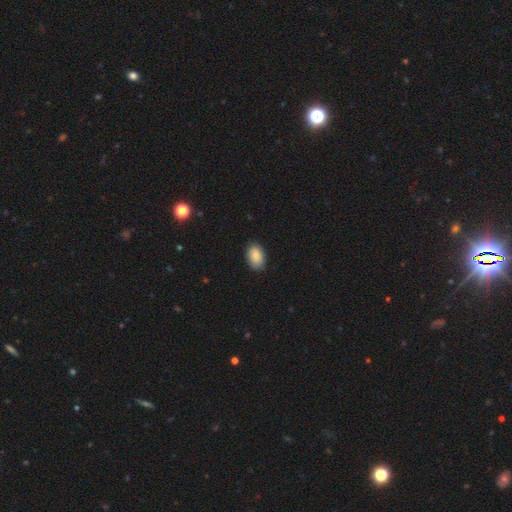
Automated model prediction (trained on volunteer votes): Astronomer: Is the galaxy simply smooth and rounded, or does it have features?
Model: smooth — 86%.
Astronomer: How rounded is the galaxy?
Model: in between — 88%.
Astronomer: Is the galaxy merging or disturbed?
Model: none — 85%.